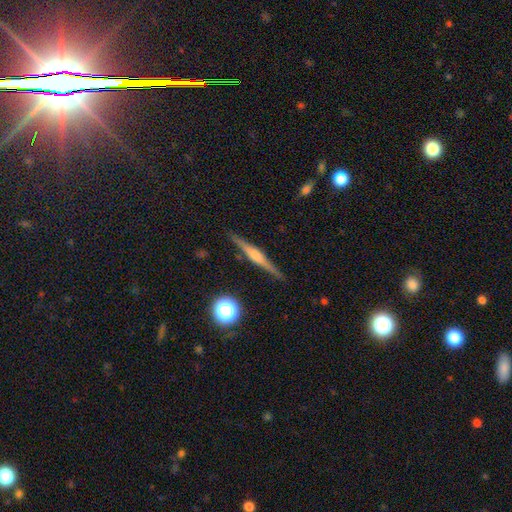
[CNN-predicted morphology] This appears to be a featured or disk galaxy (74%) viewed edge-on (98%) with a rounded central bulge (65%). Merging: none (88%).